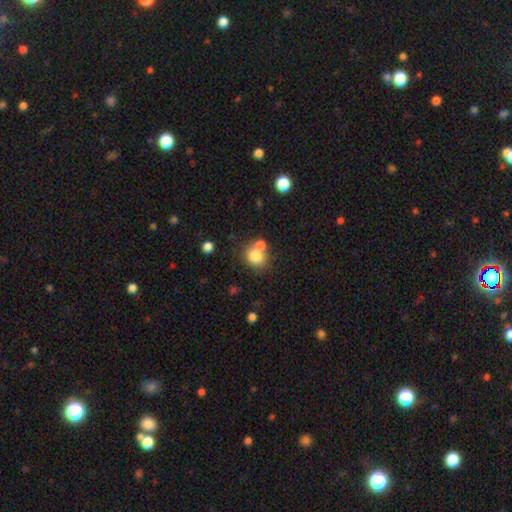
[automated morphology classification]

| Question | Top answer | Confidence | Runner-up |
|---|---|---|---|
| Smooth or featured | smooth | 79% | star or artifact (11%) |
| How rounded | round | 73% | in between (26%) |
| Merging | none | 53% | merger (32%) |